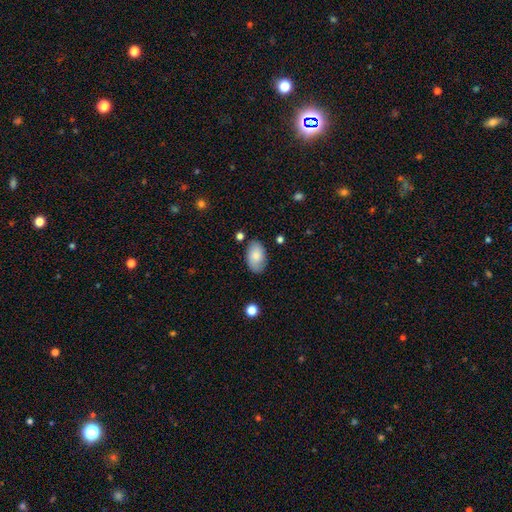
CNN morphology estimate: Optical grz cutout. It shows a smooth galaxy with no disk features (84%) that is in between round and cigar-shaped (94%). Merging: none (80%).